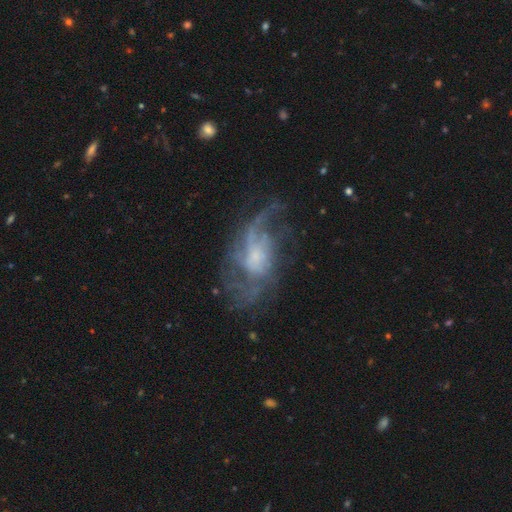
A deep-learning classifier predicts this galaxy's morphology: type=featured or disk (78%); edge-on=no (95%); bar=no (65%); spiral arms=yes (83%); winding=loose (53%); arm count=can't tell (32%); bulge=small (44%); merging=none (48%).